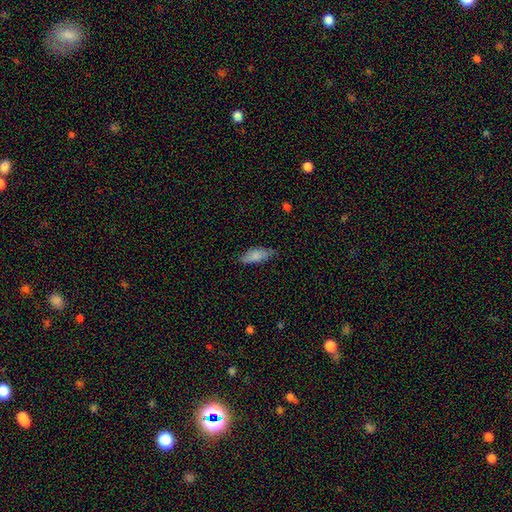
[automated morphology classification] smooth-or-featured: smooth: 81% | featured or disk: 12% | star or artifact: 7%
  how-rounded: in between: 72% | cigar-shaped: 26% | round: 2%
  merging: none: 76% | minor disturbance: 19% | major disturbance: 3% | merger: 1%